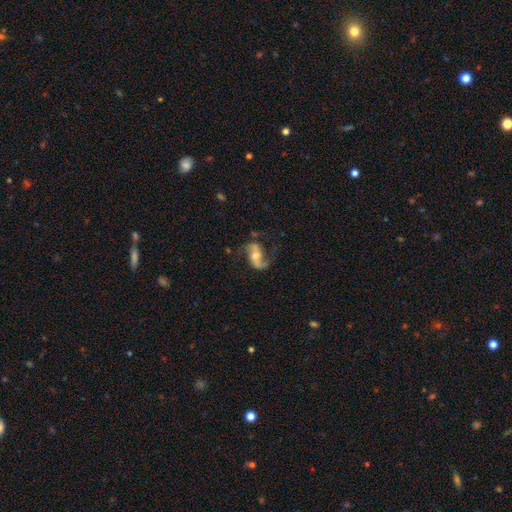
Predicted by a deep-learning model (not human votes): This appears to be a featured or disk galaxy (83%) with a weak bar (39%), 2 (89%) loose (62%) spiral arms (95%) and a moderate central bulge (57%). Merging: none (66%).